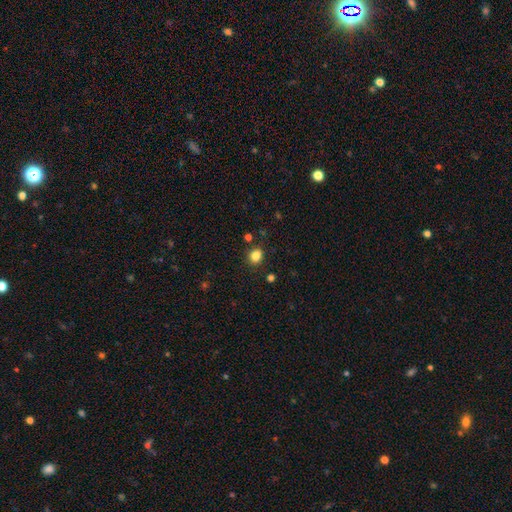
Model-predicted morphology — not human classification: This appears to be a smooth galaxy with no disk features (83%) that is round (76%). Merging: none (87%).